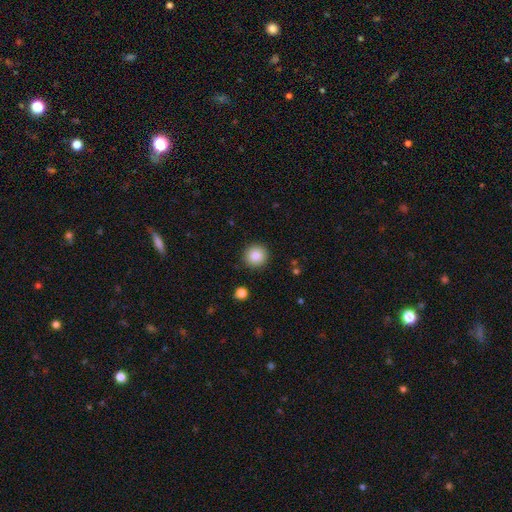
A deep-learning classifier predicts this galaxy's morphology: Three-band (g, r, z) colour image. It shows a smooth galaxy with no disk features (86%) that is round (94%). Merging: none (91%).